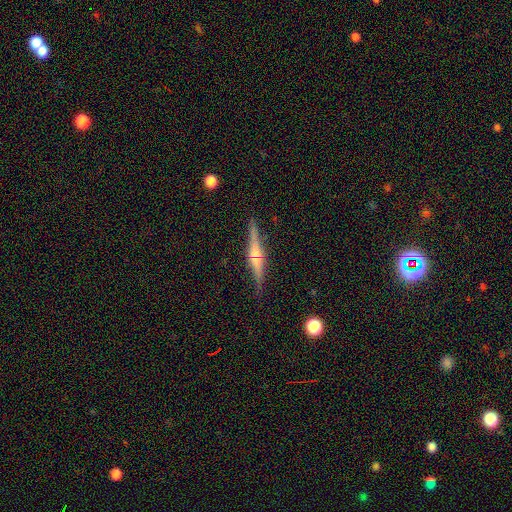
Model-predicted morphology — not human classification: A featured or disk galaxy (69%) viewed edge-on (97%) with a rounded central bulge (72%). Merging: none (86%).